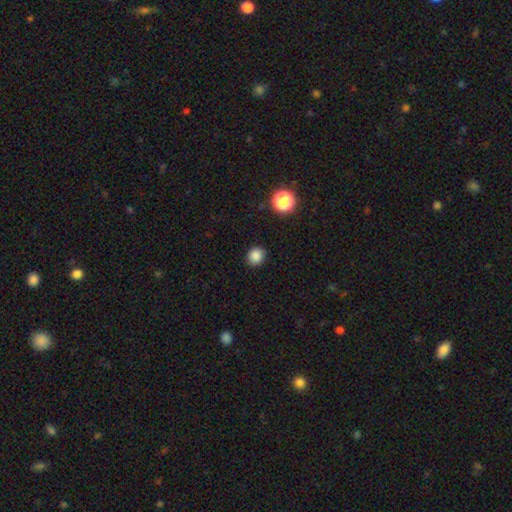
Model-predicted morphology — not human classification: Overall: smooth (85%). How rounded: round (79%). Merging: none (90%).